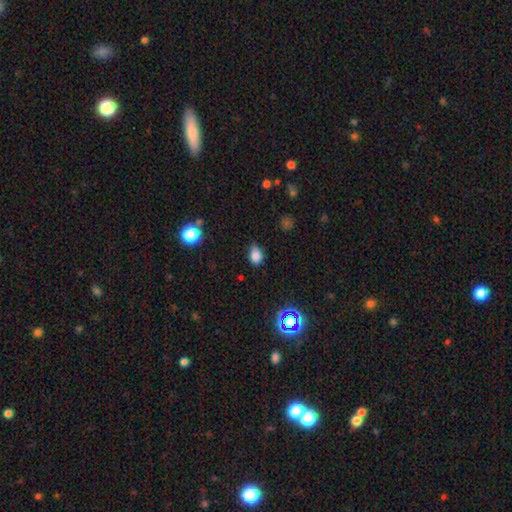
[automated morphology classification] The model was most divided on "merging": none: 68%, minor disturbance: 26%, major disturbance: 5%, merger: 2%. More confident: smooth or featured — smooth (82%); how rounded — in between (72%).